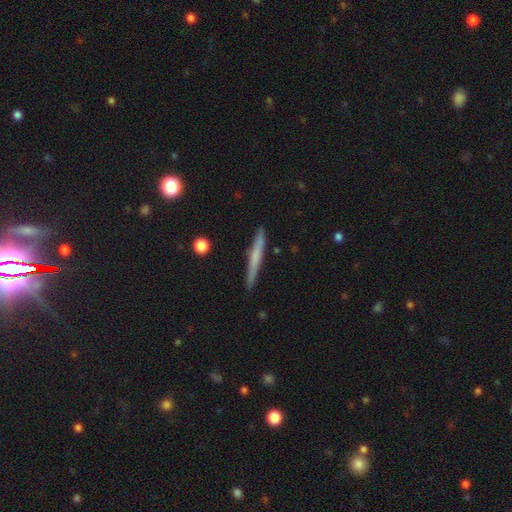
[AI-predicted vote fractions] smooth-or-featured: smooth: 52% | featured or disk: 42% | star or artifact: 6%
  how-rounded: cigar-shaped: 96% | in between: 2% | round: 2%
  merging: none: 90% | minor disturbance: 7% | major disturbance: 1% | merger: 1%